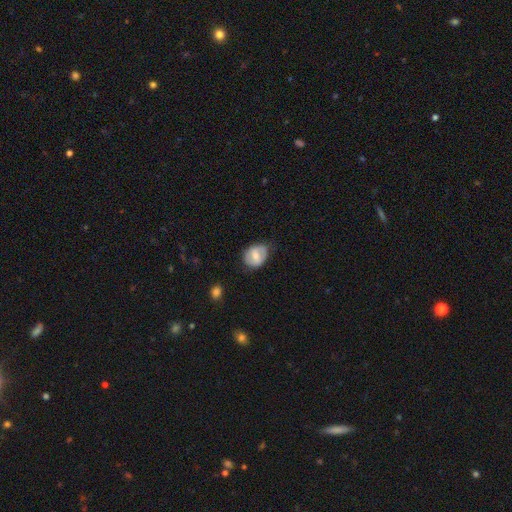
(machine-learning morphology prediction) Q: Smooth or featured?
A: smooth (55%); runner-up: featured or disk (38%)
Q: How rounded?
A: in between (51%); runner-up: round (48%)
Q: Merging?
A: none (68%); runner-up: minor disturbance (24%)